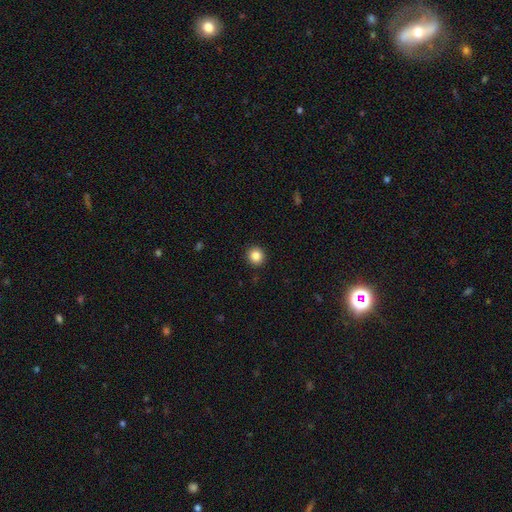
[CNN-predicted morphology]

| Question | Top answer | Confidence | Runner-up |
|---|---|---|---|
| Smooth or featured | smooth | 86% | star or artifact (10%) |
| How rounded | round | 92% | in between (8%) |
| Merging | none | 92% | minor disturbance (5%) |